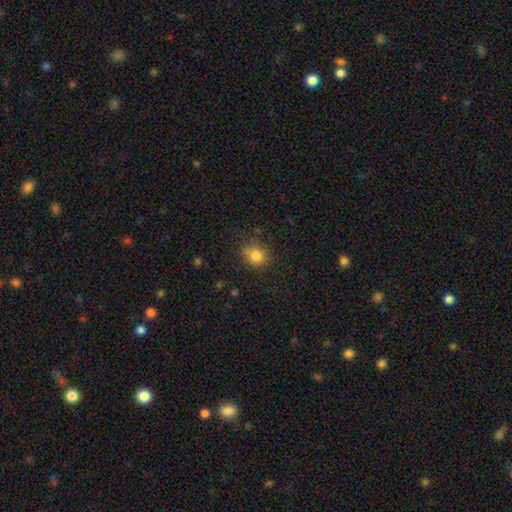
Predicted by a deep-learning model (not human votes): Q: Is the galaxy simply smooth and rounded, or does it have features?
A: smooth — 81%.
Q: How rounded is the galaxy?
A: round — 73%.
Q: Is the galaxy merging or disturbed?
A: none — 76%.